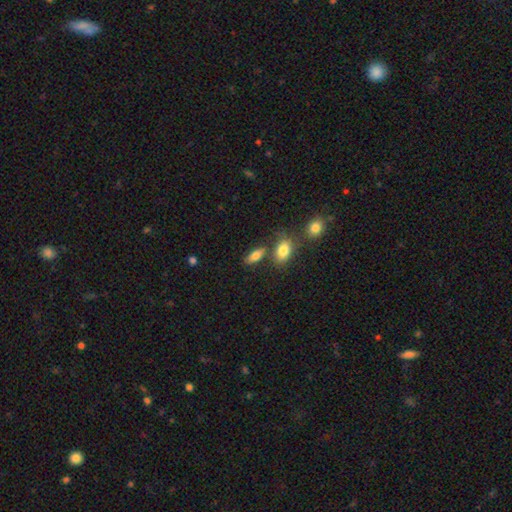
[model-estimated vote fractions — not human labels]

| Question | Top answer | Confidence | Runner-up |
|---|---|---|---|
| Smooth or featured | smooth | 78% | featured or disk (14%) |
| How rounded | in between | 82% | cigar-shaped (13%) |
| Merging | none | 68% | merger (16%) |